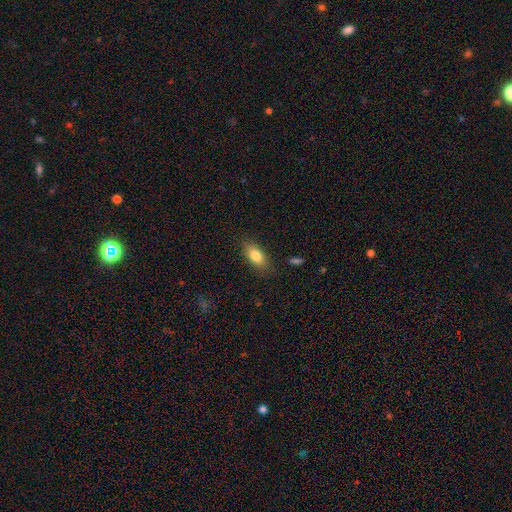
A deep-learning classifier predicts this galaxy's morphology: This is clearly a smooth galaxy (81%). How rounded: clearly in between (84%). Merging: clearly none (83%).